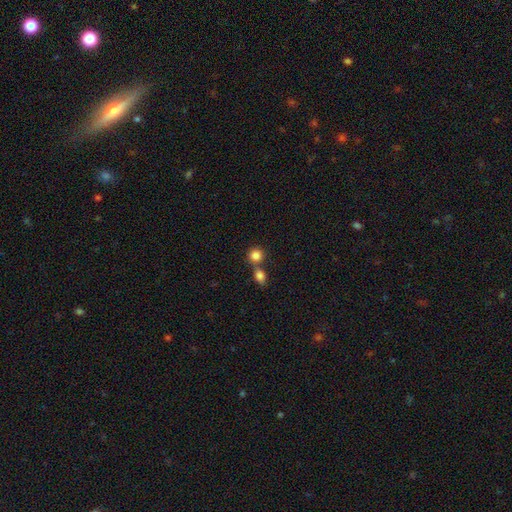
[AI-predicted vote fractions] The model was most divided on "merging": none: 53%, merger: 37%, minor disturbance: 8%, major disturbance: 3%. More confident: smooth or featured — smooth (84%); how rounded — round (83%).